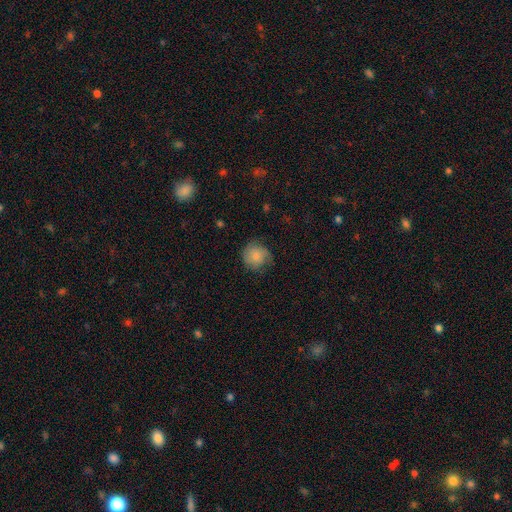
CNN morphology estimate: Overall: smooth (79%). How rounded: round (87%). Merging: none (64%; minor disturbance 26%).